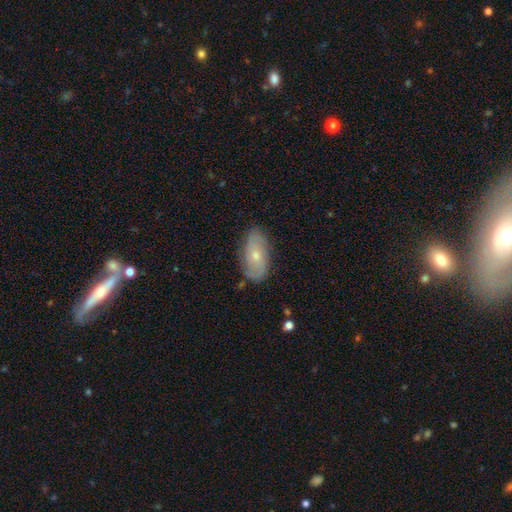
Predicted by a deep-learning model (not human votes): The model was most divided on "smooth or featured": featured or disk: 52%, smooth: 41%, star or artifact: 7%. More confident: edge-on disk — no (92%); merging — none (78%).